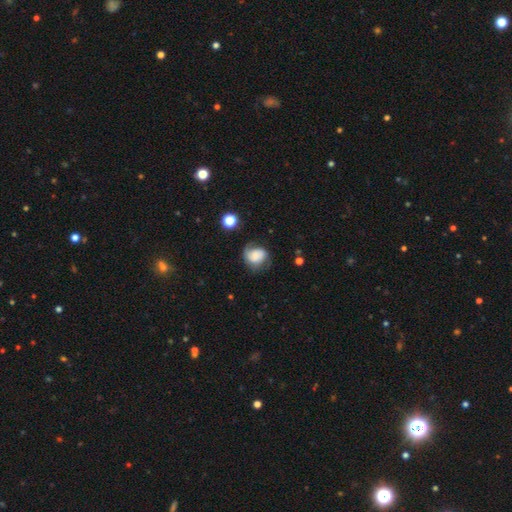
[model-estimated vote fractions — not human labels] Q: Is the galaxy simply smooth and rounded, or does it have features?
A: smooth — 52%.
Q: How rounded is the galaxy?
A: round — 61%.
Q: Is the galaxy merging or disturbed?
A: none — 48%.